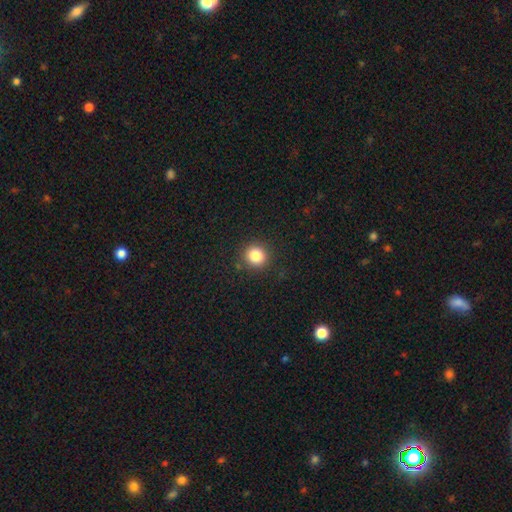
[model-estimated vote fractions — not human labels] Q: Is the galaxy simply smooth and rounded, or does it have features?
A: smooth — 84%.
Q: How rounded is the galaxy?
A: round — 91%.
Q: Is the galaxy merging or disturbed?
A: none — 89%.